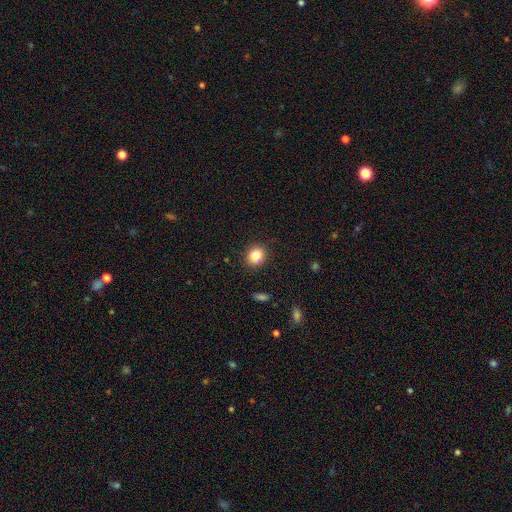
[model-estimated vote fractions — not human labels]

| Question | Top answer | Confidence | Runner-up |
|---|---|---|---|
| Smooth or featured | smooth | 84% | star or artifact (10%) |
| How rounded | round | 68% | in between (31%) |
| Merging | none | 90% | minor disturbance (7%) |